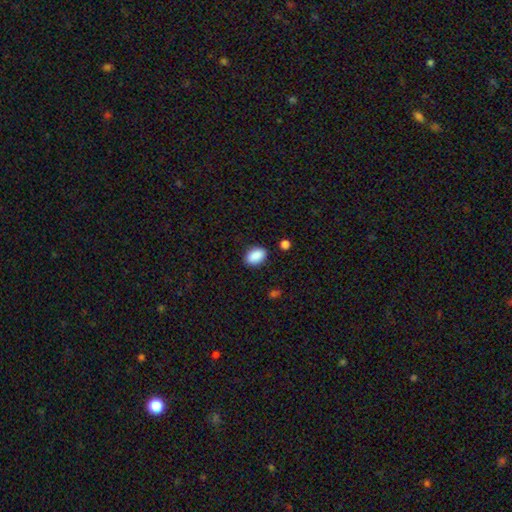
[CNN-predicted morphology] A smooth galaxy with no disk features (89%) that is in between round and cigar-shaped (88%).

Vote fractions:
- Smooth or featured? smooth: 89% / star or artifact: 7% / featured or disk: 4%
- How rounded? in between: 88% / round: 11% / cigar-shaped: 1%
- Merging? none: 85% / minor disturbance: 10% / major disturbance: 3% / merger: 2%